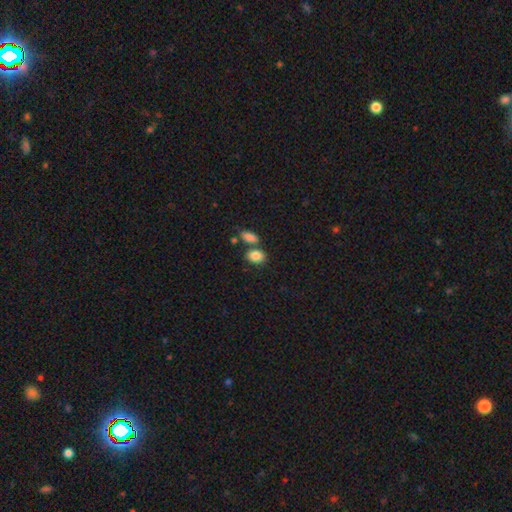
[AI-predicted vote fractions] A smooth galaxy with no disk features (86%) that is in between round and cigar-shaped (78%). Merging: none (58%).